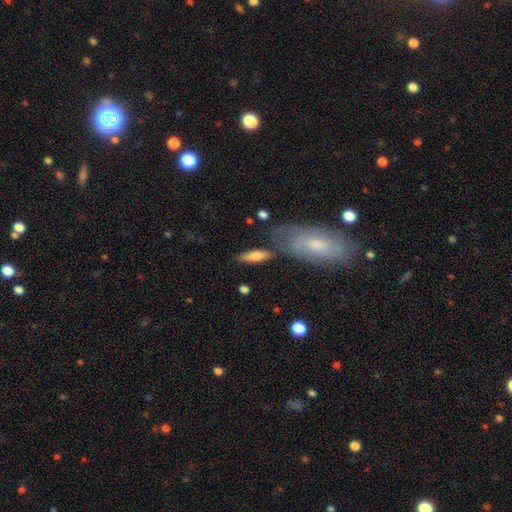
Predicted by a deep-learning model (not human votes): Q: Smooth or featured?
A: smooth (67%); runner-up: featured or disk (27%)
Q: How rounded?
A: in between (55%); runner-up: cigar-shaped (42%)
Q: Merging?
A: none (71%); runner-up: minor disturbance (15%)